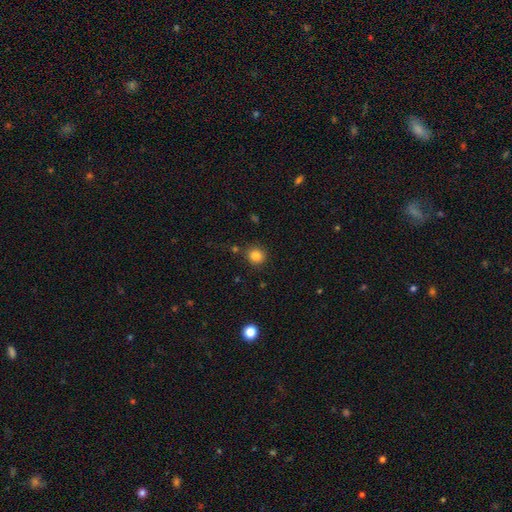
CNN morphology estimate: Q: Smooth or featured?
A: smooth (83%); runner-up: star or artifact (12%)
Q: How rounded?
A: round (91%); runner-up: in between (8%)
Q: Merging?
A: none (86%); runner-up: minor disturbance (8%)